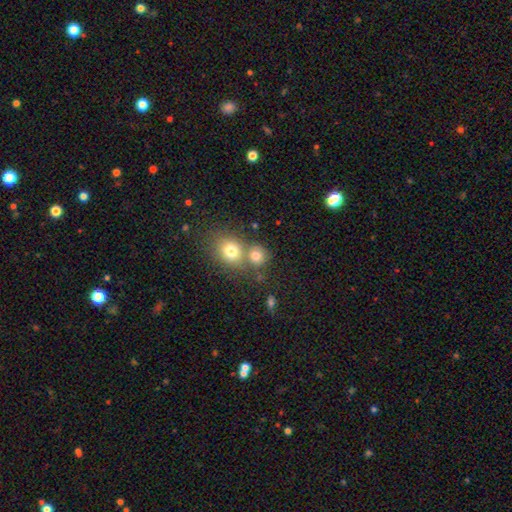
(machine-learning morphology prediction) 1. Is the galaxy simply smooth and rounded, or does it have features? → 78% smooth, 13% star or artifact, 10% featured or disk.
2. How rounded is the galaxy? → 79% round, 20% in between, 1% cigar-shaped.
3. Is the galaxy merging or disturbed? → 47% none, 41% merger, 8% minor disturbance, 4% major disturbance.